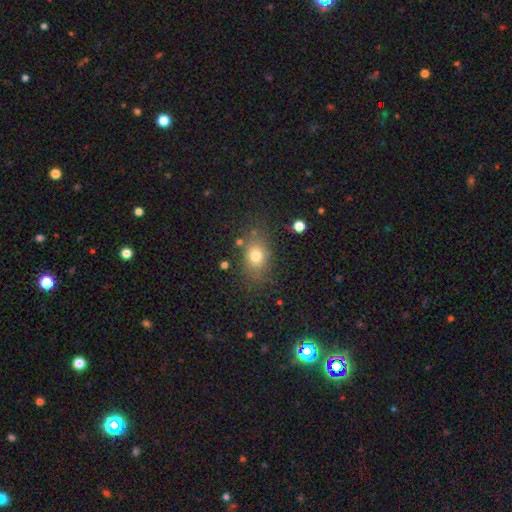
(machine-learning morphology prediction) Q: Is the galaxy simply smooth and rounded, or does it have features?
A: smooth — 75%.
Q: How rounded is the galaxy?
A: in between — 66%.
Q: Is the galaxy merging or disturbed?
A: none — 76%.